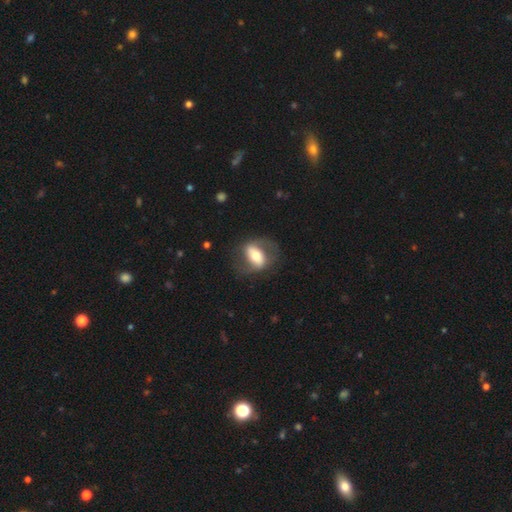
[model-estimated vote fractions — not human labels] This appears to be a featured or disk galaxy (59%) with a strong bar (52%), spiral arms (67%) and a moderate central bulge (57%). Merging: none (67%).